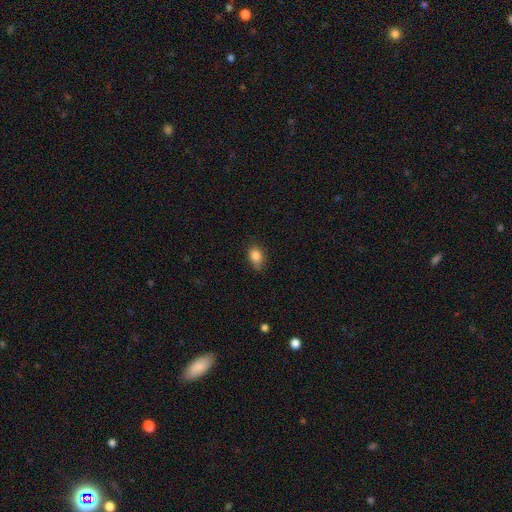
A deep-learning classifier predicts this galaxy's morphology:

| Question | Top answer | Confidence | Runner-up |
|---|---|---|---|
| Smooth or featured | smooth | 85% | star or artifact (9%) |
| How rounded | in between | 70% | round (29%) |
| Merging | none | 72% | minor disturbance (23%) |